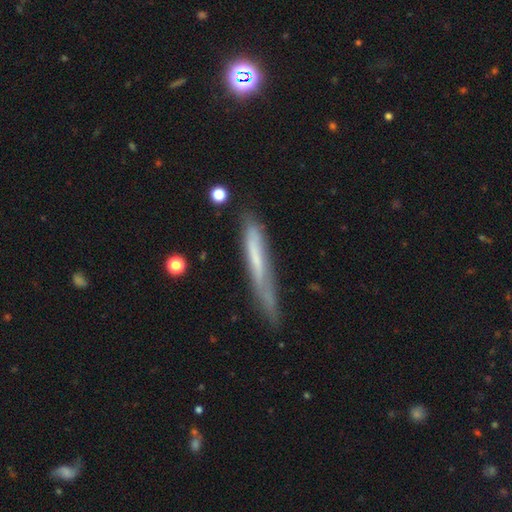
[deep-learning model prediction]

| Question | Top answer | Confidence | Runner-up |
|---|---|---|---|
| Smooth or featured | featured or disk | 46% | tied: smooth (46%) |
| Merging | none | 62% | minor disturbance (27%) |